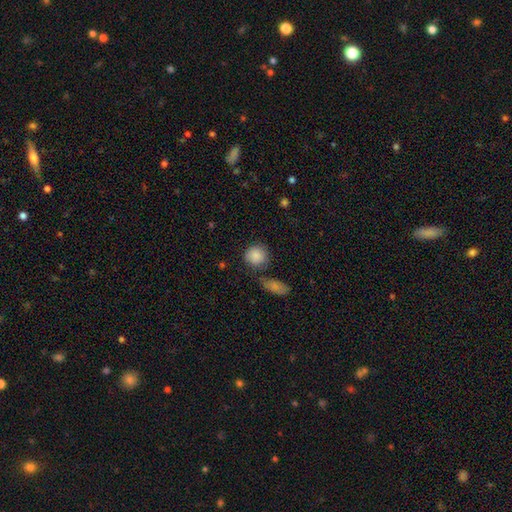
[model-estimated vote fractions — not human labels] Morphology: type=smooth (87%); roundness=round (85%); merging=none (69%).